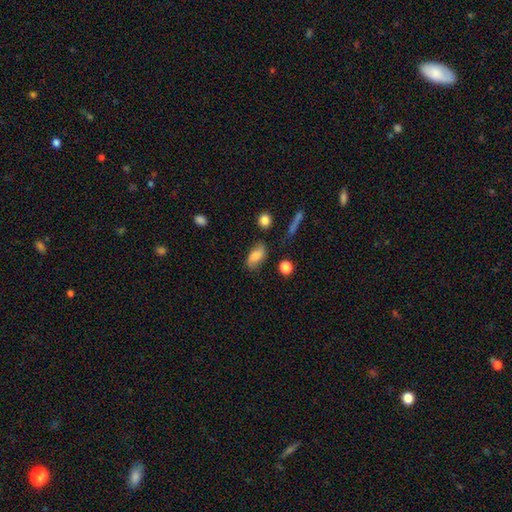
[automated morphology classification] Smooth or featured?
  - smooth: 74% *
  - featured or disk: 18%
  - star or artifact: 8%
How rounded?
  - in between: 87% *
  - cigar-shaped: 6%
  - round: 6%
Merging?
  - none: 75% *
  - minor disturbance: 17%
  - major disturbance: 4%
  - merger: 4%